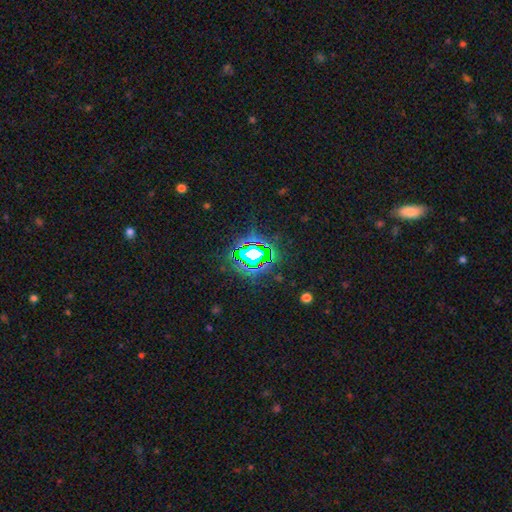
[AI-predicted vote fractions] A star or artifact, not a galaxy (81%).